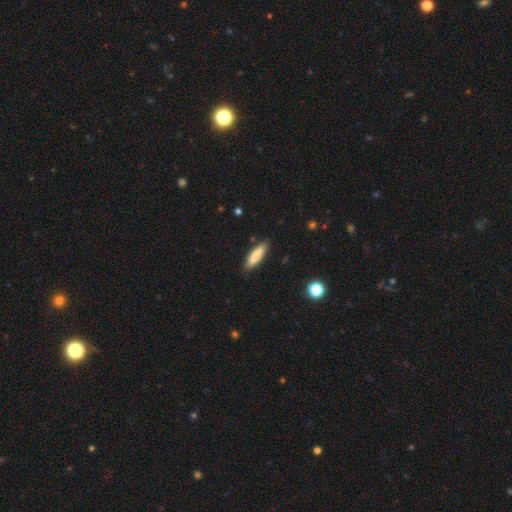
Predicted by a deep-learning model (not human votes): A smooth galaxy with no disk features (83%) that is cigar-shaped (68%).

Vote fractions:
- Smooth or featured? smooth: 83% / featured or disk: 11% / star or artifact: 6%
- How rounded? cigar-shaped: 68% / in between: 30% / round: 1%
- Merging? none: 86% / minor disturbance: 10% / major disturbance: 2% / merger: 2%